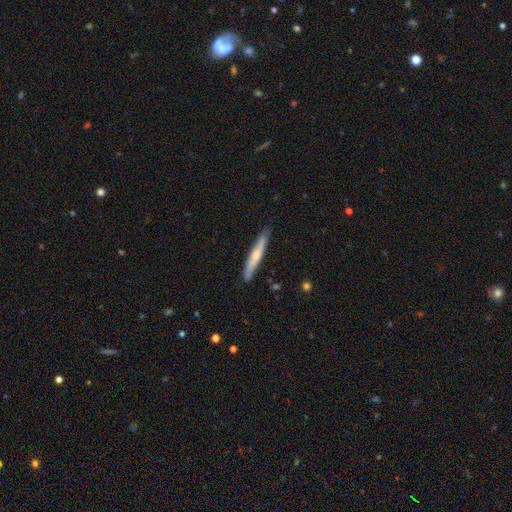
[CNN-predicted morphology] type=smooth (56%); roundness=cigar-shaped (95%); merging=none (84%).